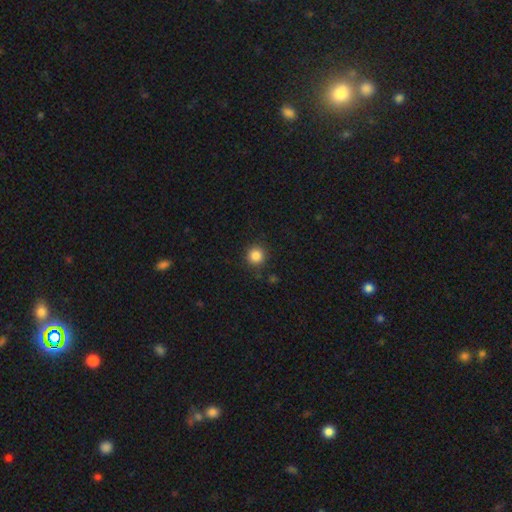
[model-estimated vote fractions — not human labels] smooth 85%, star or artifact 11%, featured or disk 4%. Down the decision tree: how rounded — round (94%); merging — none (88%).